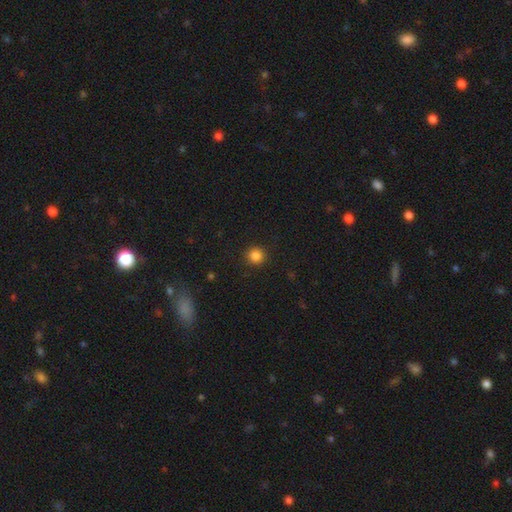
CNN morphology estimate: Smooth or featured: smooth — 85% (star or artifact — 12%)
How rounded: round — 94% (in between — 6%)
Merging: none — 91% (minor disturbance — 6%)